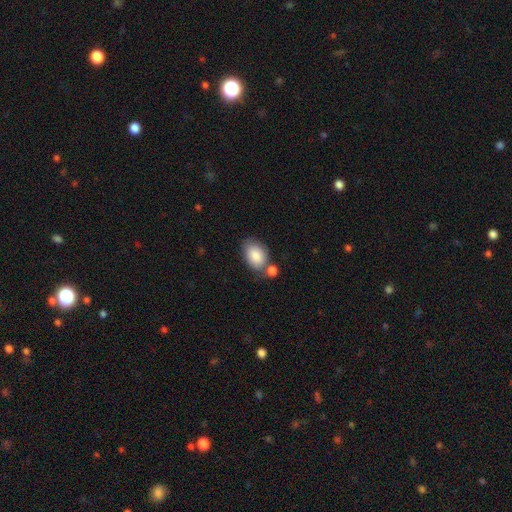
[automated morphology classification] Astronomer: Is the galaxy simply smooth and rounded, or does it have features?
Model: smooth — 85%.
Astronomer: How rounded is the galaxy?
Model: in between — 86%.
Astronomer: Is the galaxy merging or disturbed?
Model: none — 57%.